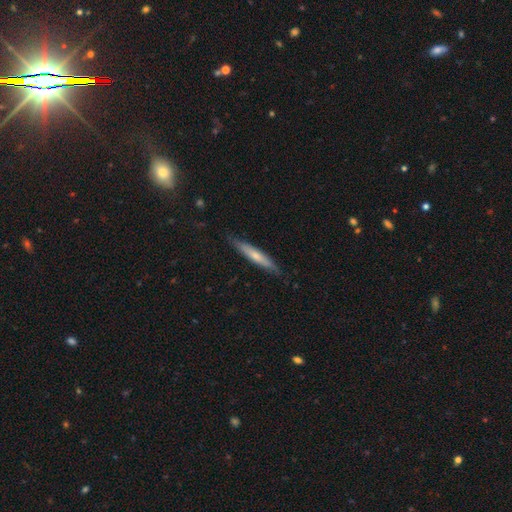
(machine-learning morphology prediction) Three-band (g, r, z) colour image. It shows a smooth galaxy with no disk features (56%) that is cigar-shaped (92%). Merging: none (84%).